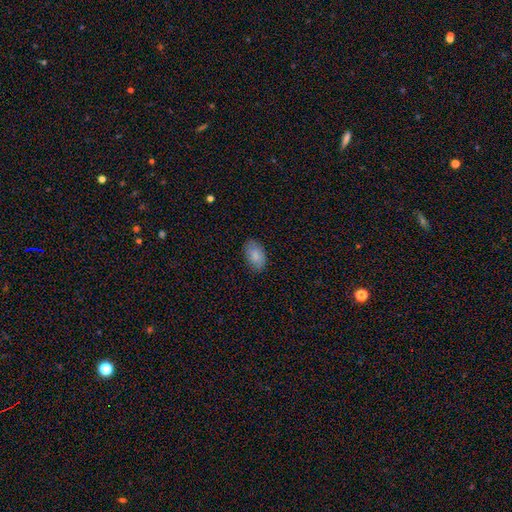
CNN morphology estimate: A smooth galaxy with no disk features (85%) that is in between round and cigar-shaped (92%).

Vote fractions:
- Smooth or featured? smooth: 85% / featured or disk: 8% / star or artifact: 7%
- How rounded? in between: 92% / round: 7% / cigar-shaped: 1%
- Merging? none: 85% / minor disturbance: 11% / major disturbance: 2% / merger: 1%